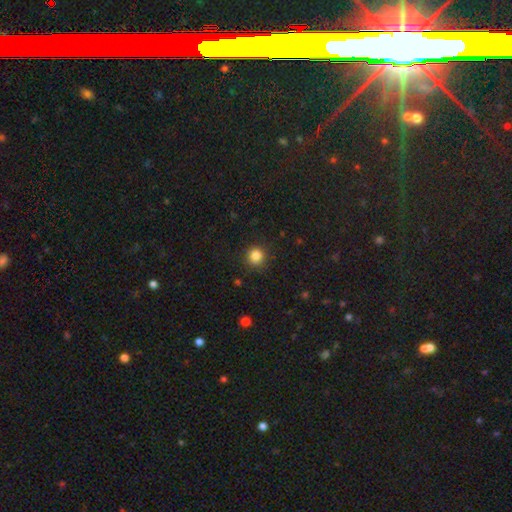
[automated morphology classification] Smooth or featured?
  - smooth: 85% *
  - star or artifact: 11%
  - featured or disk: 4%
How rounded?
  - round: 93% *
  - in between: 6%
  - cigar-shaped: 1%
Merging?
  - none: 90% *
  - minor disturbance: 6%
  - major disturbance: 2%
  - merger: 1%